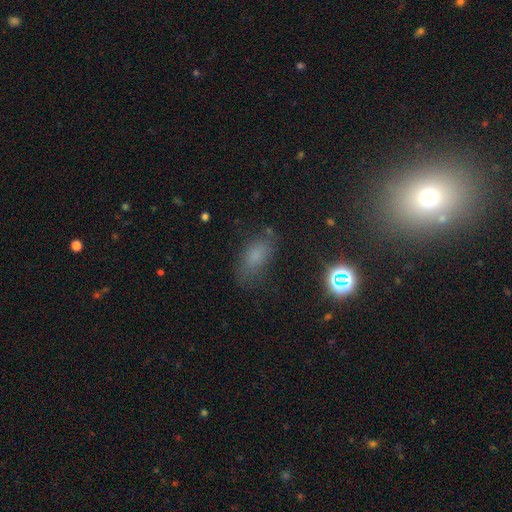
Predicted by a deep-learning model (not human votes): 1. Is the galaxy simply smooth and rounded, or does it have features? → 69% smooth, 19% star or artifact, 12% featured or disk.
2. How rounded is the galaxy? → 86% in between, 8% round, 6% cigar-shaped.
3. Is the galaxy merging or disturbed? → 66% none, 22% minor disturbance, 9% major disturbance, 3% merger.